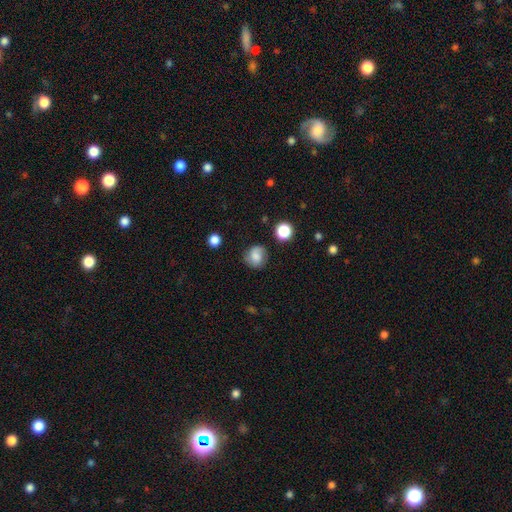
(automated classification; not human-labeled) smooth_or_featured: smooth (p=0.72) [alt: featured or disk p=0.17]
how_rounded: round (p=0.80) [alt: in between p=0.19]
merging: none (p=0.71) [alt: minor disturbance p=0.20]